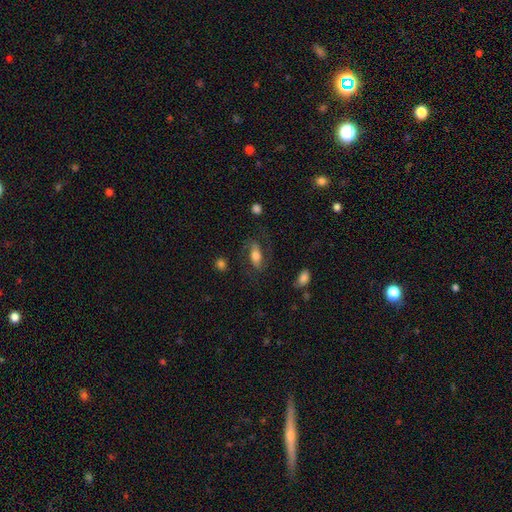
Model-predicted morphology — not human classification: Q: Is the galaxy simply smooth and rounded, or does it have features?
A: featured or disk — 50%.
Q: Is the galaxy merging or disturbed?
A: none — 67%.